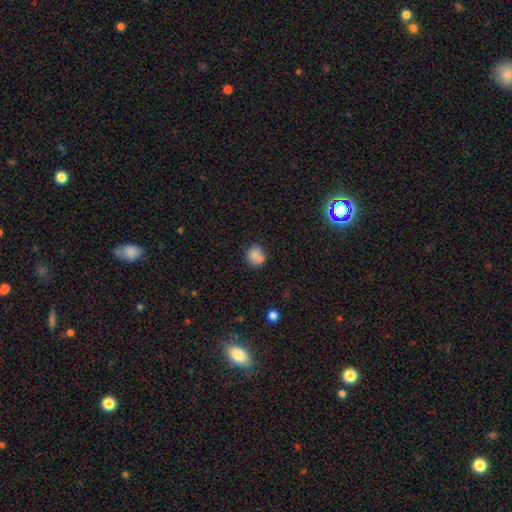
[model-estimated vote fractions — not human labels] Q: Smooth or featured?
A: smooth (81%); runner-up: star or artifact (10%)
Q: How rounded?
A: round (76%); runner-up: in between (23%)
Q: Merging?
A: none (60%); runner-up: merger (18%)